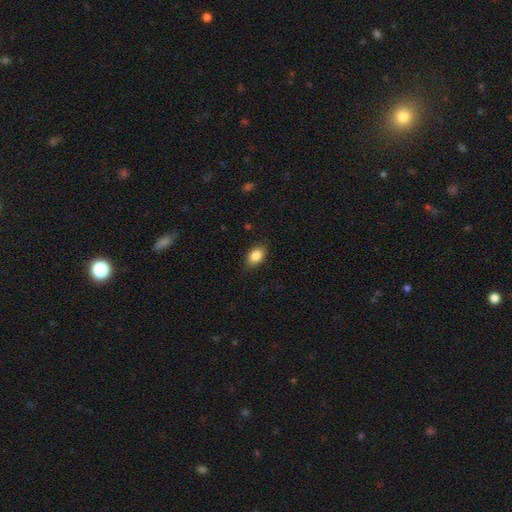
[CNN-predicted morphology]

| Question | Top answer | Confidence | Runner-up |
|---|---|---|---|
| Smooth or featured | smooth | 87% | star or artifact (8%) |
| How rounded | in between | 85% | round (13%) |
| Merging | none | 84% | minor disturbance (12%) |